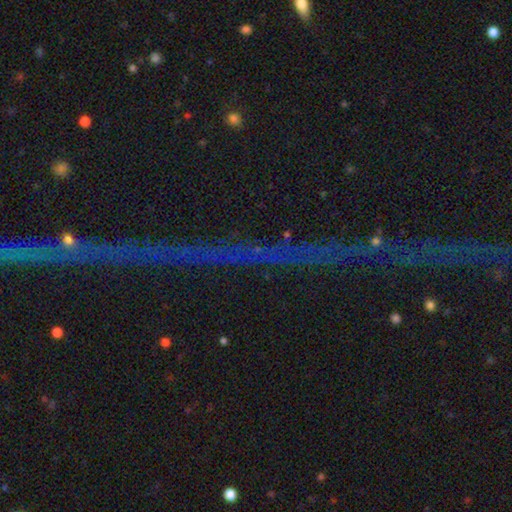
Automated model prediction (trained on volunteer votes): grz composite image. It shows a star or artifact, not a galaxy (74%).